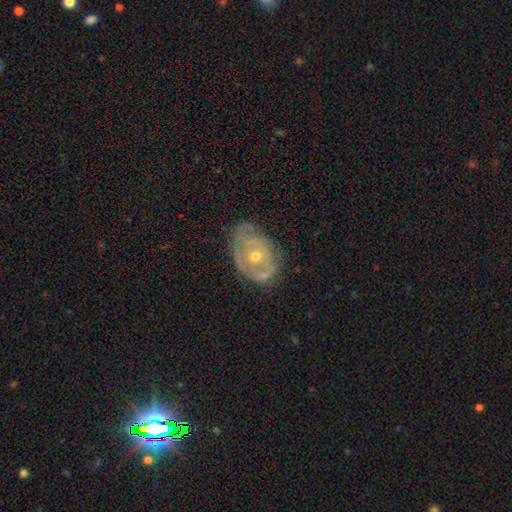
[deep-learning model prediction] A featured or disk galaxy (71%) with no bar (79%), spiral arms (54%) and a small central bulge (52%). Merging: none (49%).